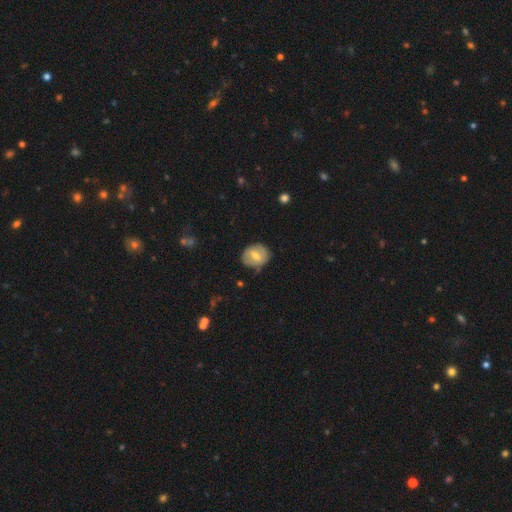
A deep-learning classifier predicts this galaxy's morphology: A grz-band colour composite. It shows a smooth galaxy with no disk features (55%) that is round (61%). Merging: none (76%).